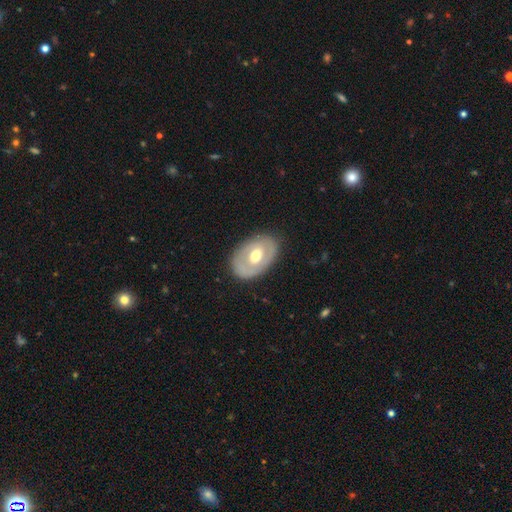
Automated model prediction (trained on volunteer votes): smooth_or_featured: featured or disk (p=0.52) [alt: smooth p=0.43]
disk_edge_on: no (p=0.91) [alt: yes p=0.09]
merging: none (p=0.81) [alt: minor disturbance p=0.14]